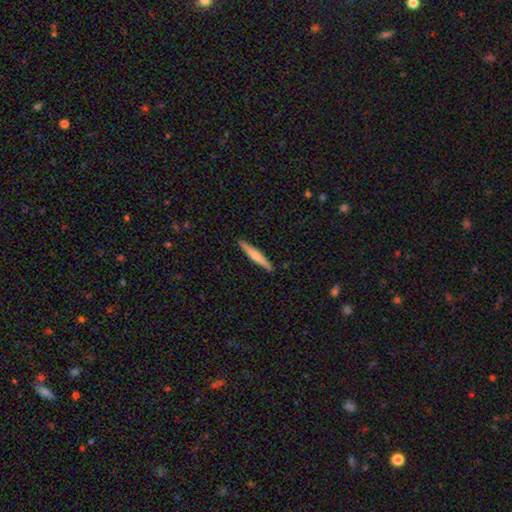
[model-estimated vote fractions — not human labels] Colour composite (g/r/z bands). It shows a smooth galaxy with no disk features (61%) that is cigar-shaped (94%). Merging: none (90%).